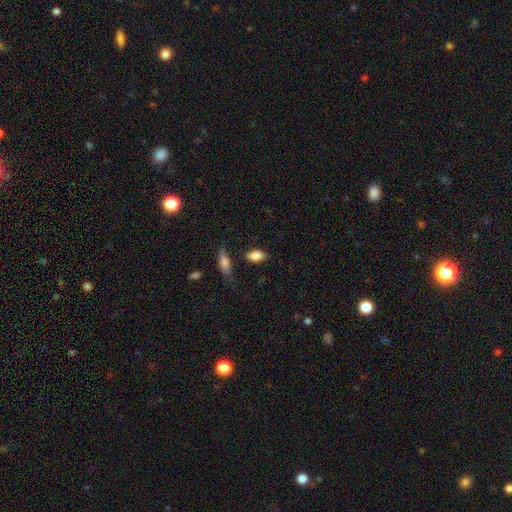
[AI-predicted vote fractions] A smooth galaxy with no disk features (86%) that is in between round and cigar-shaped (89%).

Vote fractions:
- Smooth or featured? smooth: 86% / star or artifact: 8% / featured or disk: 7%
- How rounded? in between: 89% / round: 7% / cigar-shaped: 4%
- Merging? none: 77% / minor disturbance: 15% / merger: 4% / major disturbance: 4%